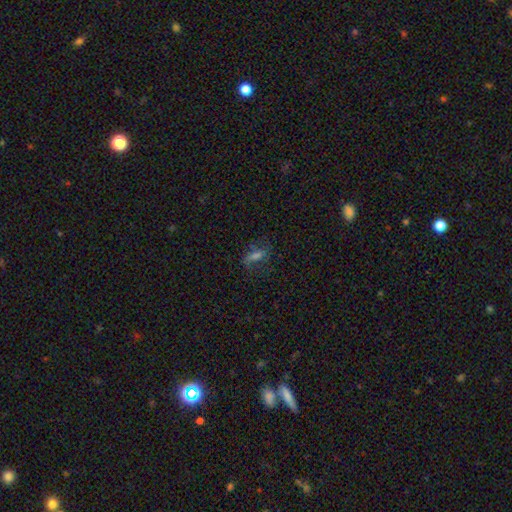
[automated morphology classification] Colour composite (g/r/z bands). It shows a smooth galaxy with no disk features (43%). Merging: none (67%).